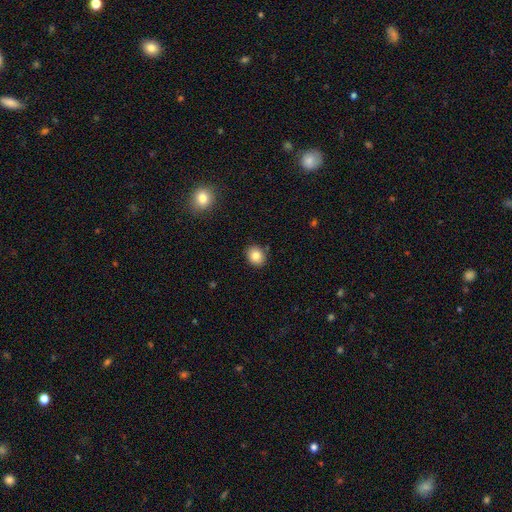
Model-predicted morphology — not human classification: Q: Smooth or featured?
A: smooth (82%); runner-up: star or artifact (10%)
Q: How rounded?
A: round (72%); runner-up: in between (28%)
Q: Merging?
A: none (87%); runner-up: minor disturbance (9%)